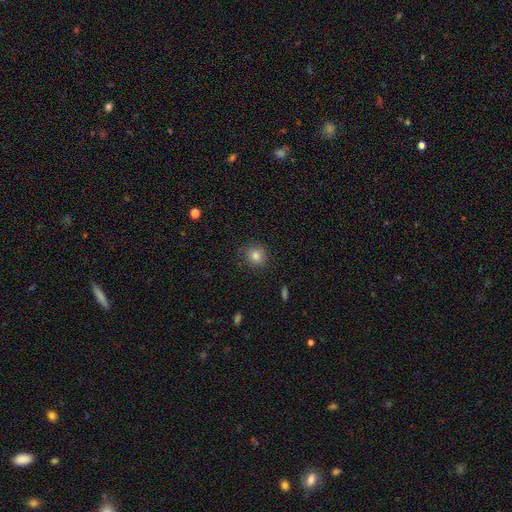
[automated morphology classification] Smooth or featured: smooth — 82% (star or artifact — 11%)
How rounded: round — 89% (in between — 10%)
Merging: none — 86% (minor disturbance — 10%)